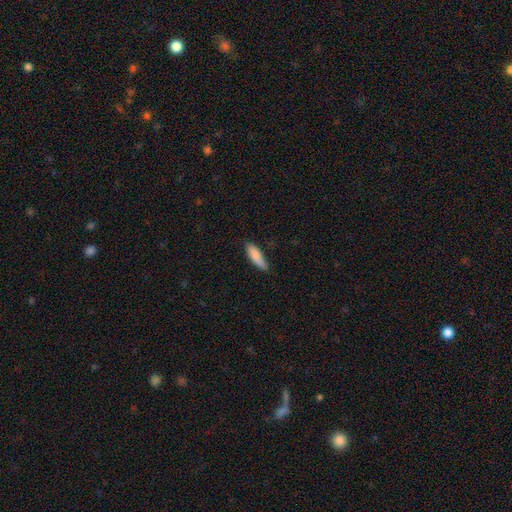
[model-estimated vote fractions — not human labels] Overall: smooth (85%). How rounded: cigar-shaped (56%; in between 42%). Merging: none (75%).